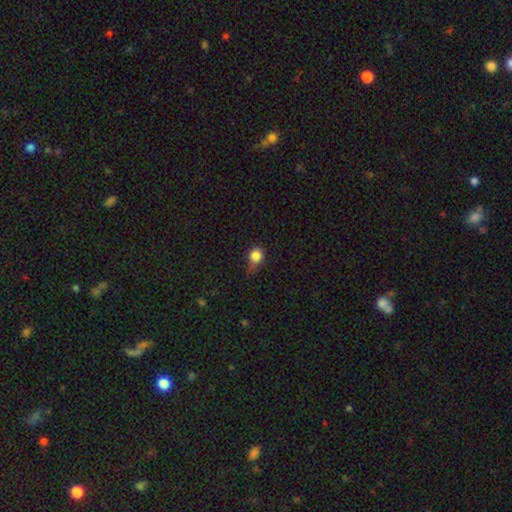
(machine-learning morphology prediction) Smooth or featured?
  - smooth: 83% *
  - star or artifact: 10%
  - featured or disk: 7%
How rounded?
  - round: 80% *
  - in between: 19%
  - cigar-shaped: 1%
Merging?
  - minor disturbance: 41% *
  - none: 39%
  - major disturbance: 18%
  - merger: 3%